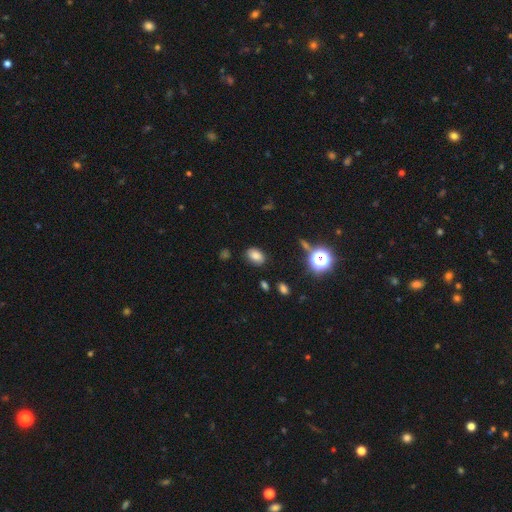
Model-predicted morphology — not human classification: The model was most divided on "smooth or featured": smooth: 79%, star or artifact: 14%, featured or disk: 7%. More confident: how rounded — in between (84%); merging — none (83%).